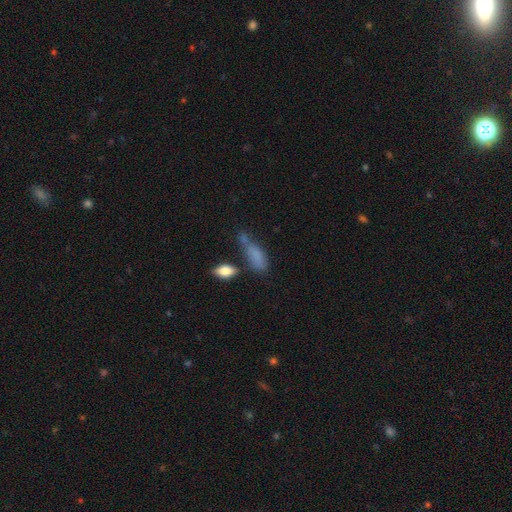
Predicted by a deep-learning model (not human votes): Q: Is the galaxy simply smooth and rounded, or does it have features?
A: smooth — 78%.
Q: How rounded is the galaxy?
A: in between — 70%.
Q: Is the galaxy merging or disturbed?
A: none — 40%.